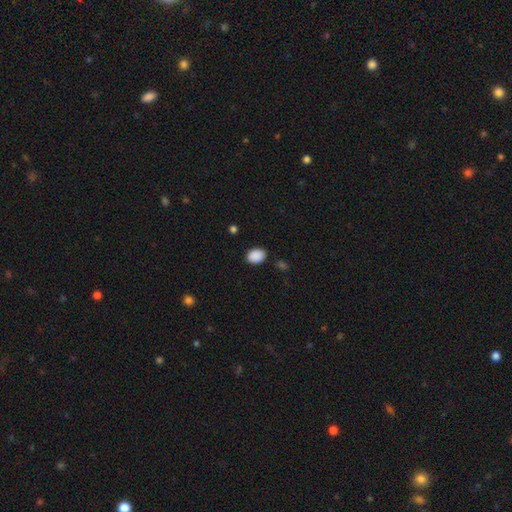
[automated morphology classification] Smooth or featured?
  - smooth: 90% *
  - star or artifact: 8%
  - featured or disk: 3%
How rounded?
  - in between: 73% *
  - round: 26%
  - cigar-shaped: 1%
Merging?
  - none: 85% *
  - minor disturbance: 11%
  - major disturbance: 3%
  - merger: 2%